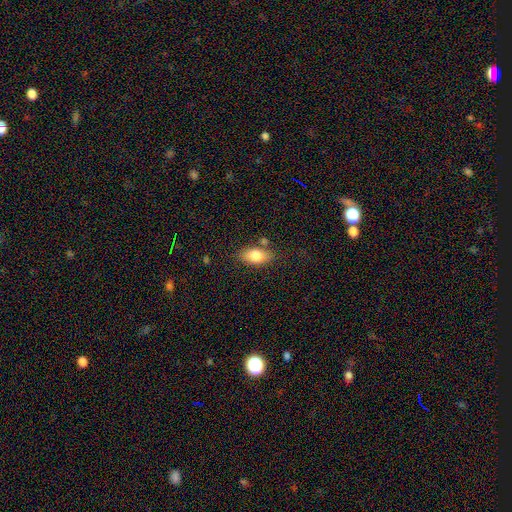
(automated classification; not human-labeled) Smooth or featured: smooth — 80% (featured or disk — 12%)
How rounded: in between — 88% (round — 7%)
Merging: none — 76% (minor disturbance — 14%)